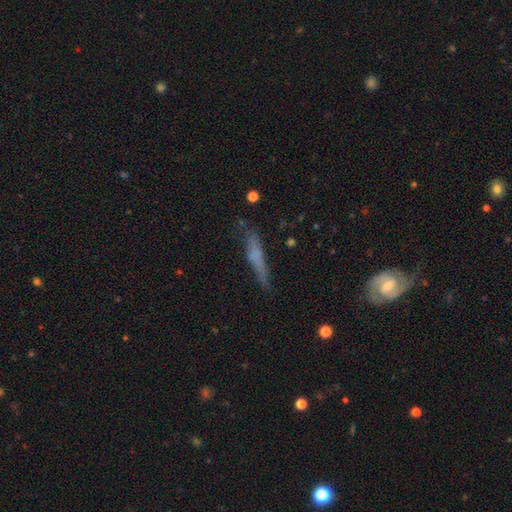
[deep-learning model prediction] Overall: smooth (55%; featured or disk 36%). How rounded: cigar-shaped (89%). Merging: none (66%).